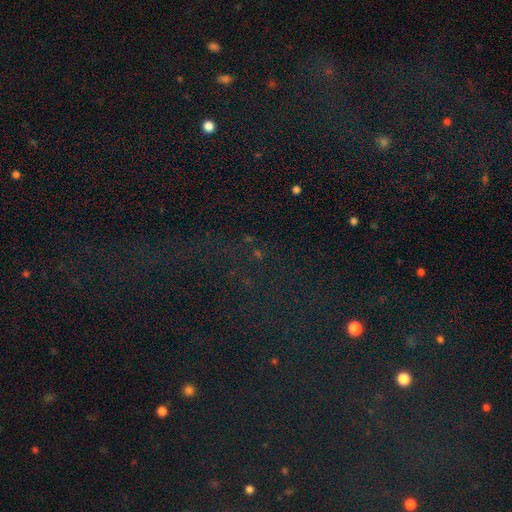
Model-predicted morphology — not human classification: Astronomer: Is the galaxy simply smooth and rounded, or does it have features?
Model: star or artifact — 75%.